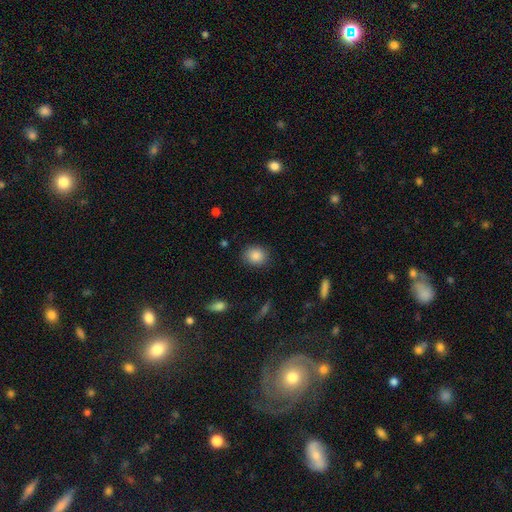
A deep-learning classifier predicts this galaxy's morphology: smooth 87%, star or artifact 8%, featured or disk 4%. Down the decision tree: how rounded — round (64%); merging — none (87%).